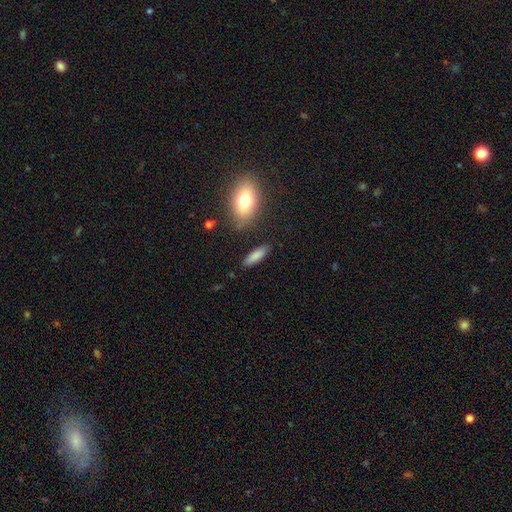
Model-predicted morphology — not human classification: Smooth or featured? smooth (84%)
How rounded? cigar-shaped (52%)
Merging? none (85%)